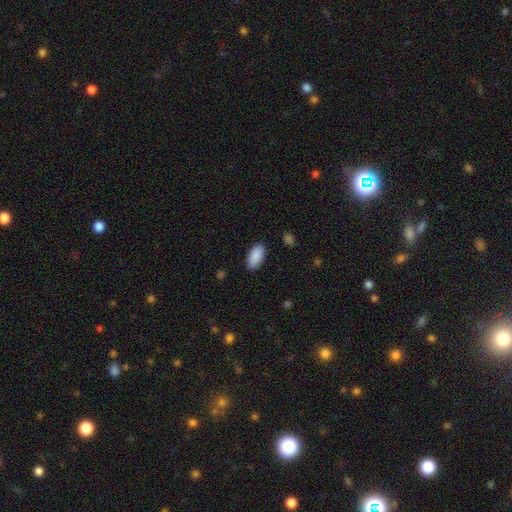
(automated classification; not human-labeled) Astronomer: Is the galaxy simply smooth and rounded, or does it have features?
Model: smooth — 91%.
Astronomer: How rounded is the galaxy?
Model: in between — 94%.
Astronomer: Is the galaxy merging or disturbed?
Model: none — 89%.